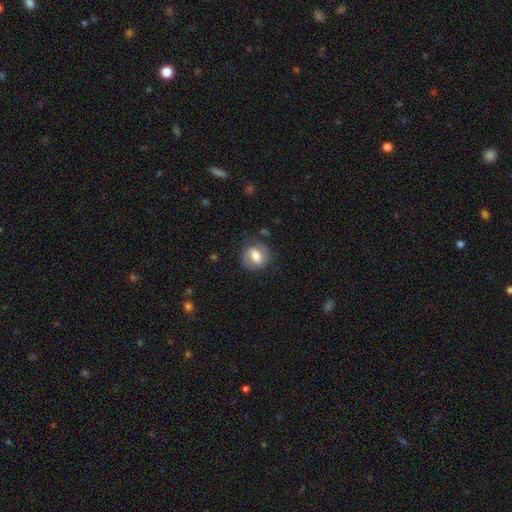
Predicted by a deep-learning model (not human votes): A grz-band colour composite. It shows a smooth galaxy with no disk features (52%) that is round (67%). Merging: none (74%).